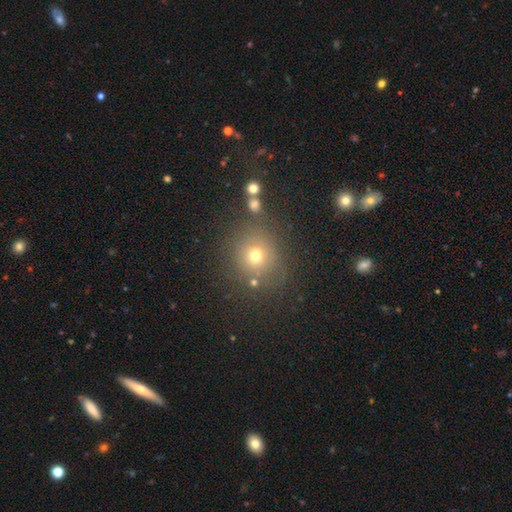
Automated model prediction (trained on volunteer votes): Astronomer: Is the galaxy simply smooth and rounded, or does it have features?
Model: smooth — 68%.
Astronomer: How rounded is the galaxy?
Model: round — 85%.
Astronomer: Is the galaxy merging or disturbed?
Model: none — 75%.